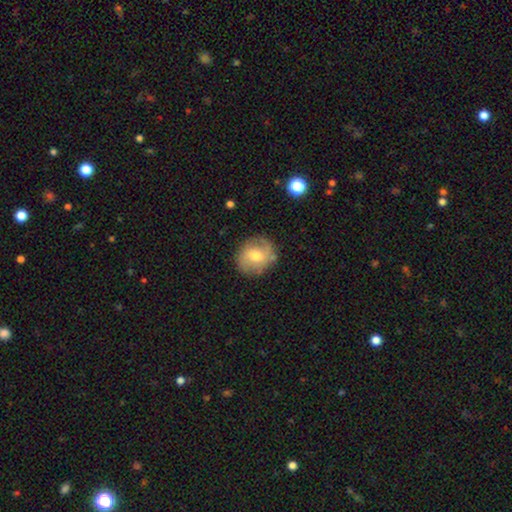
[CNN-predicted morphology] smooth 52%, featured or disk 40%, star or artifact 8%. Down the decision tree: how rounded — round (75%); merging — none (77%).